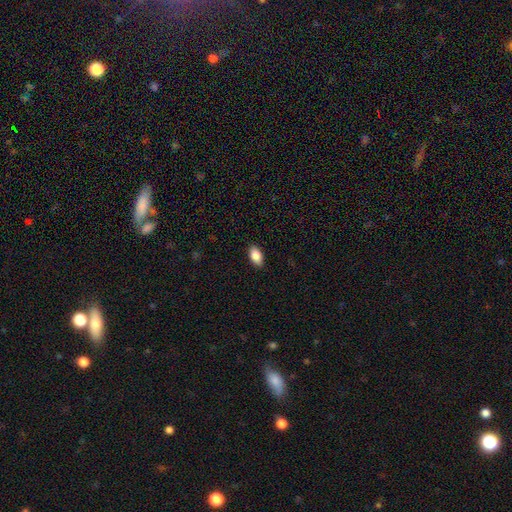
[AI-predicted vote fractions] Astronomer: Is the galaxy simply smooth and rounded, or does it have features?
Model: smooth — 86%.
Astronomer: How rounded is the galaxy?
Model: in between — 92%.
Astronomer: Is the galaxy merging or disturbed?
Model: none — 89%.